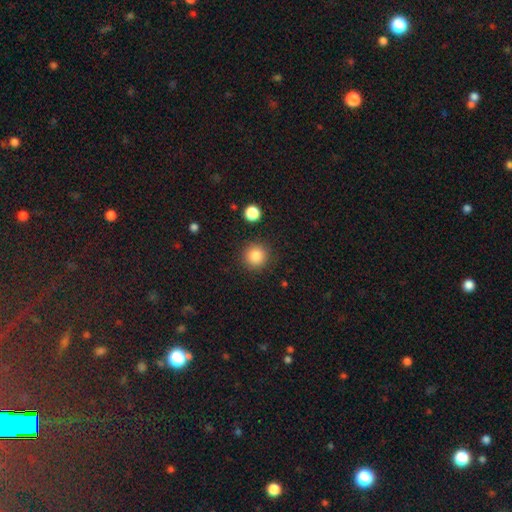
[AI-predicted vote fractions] Morphology: type=smooth (85%); roundness=round (94%); merging=none (89%).